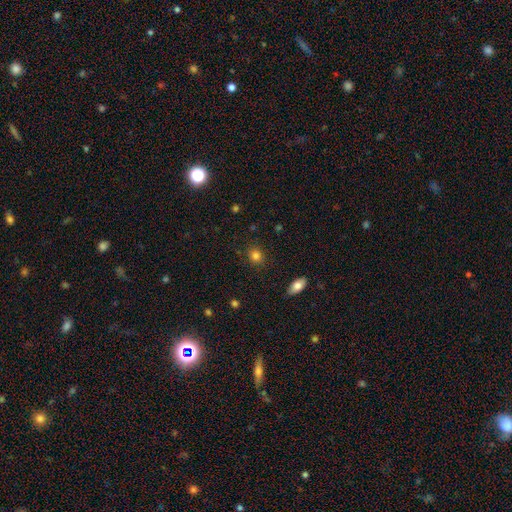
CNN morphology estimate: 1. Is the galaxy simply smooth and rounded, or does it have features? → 84% smooth, 11% star or artifact, 6% featured or disk.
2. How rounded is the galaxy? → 76% round, 23% in between, 1% cigar-shaped.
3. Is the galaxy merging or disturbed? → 88% none, 8% minor disturbance, 2% major disturbance, 1% merger.